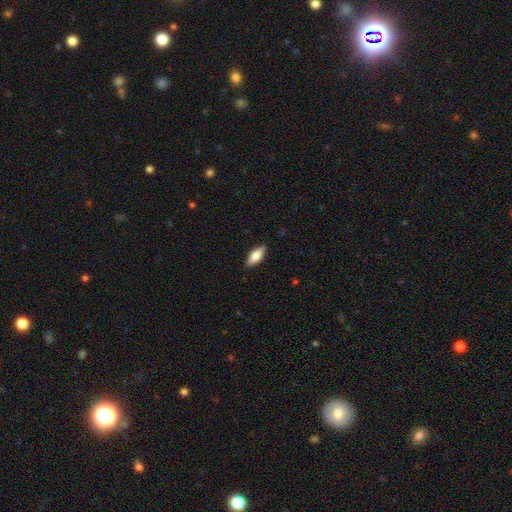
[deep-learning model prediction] The model was most divided on "smooth or featured": smooth: 74%, featured or disk: 19%, star or artifact: 6%. More confident: merging — none (87%); how rounded — in between (76%).